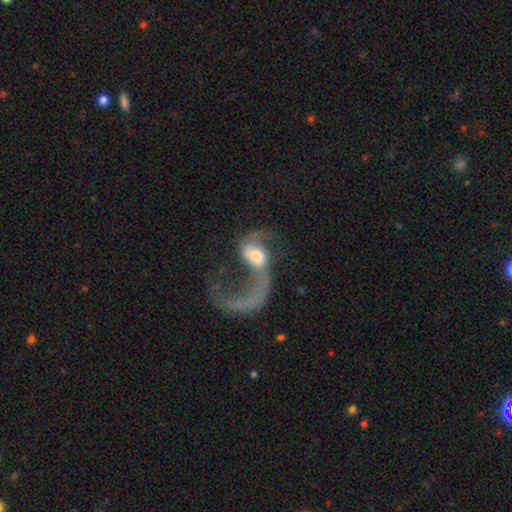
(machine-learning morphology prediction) This is likely a featured or disk galaxy (64%). It is clearly not viewed edge-on (96%). Bar: possibly no (57%). Spiral arm pattern: likely yes (79%). Central bulge: possibly moderate (47%). Merging: likely major disturbance (62%).